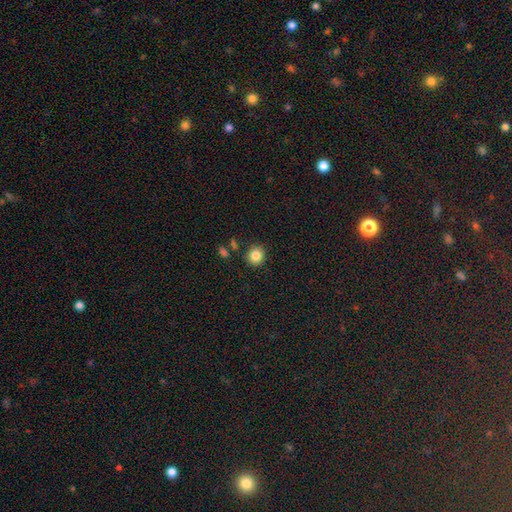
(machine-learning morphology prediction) A smooth galaxy with no disk features (84%) that is round (84%).

Vote fractions:
- Smooth or featured? smooth: 84% / star or artifact: 10% / featured or disk: 5%
- How rounded? round: 84% / in between: 15% / cigar-shaped: 1%
- Merging? none: 85% / minor disturbance: 8% / merger: 4% / major disturbance: 2%